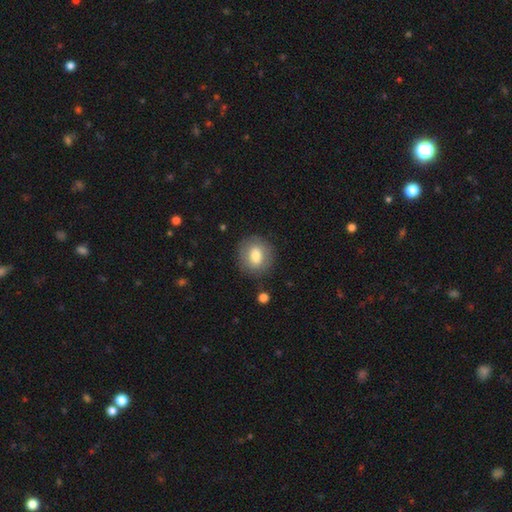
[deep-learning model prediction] smooth 71%, featured or disk 21%, star or artifact 7%. Down the decision tree: how rounded — round (74%); merging — none (82%).